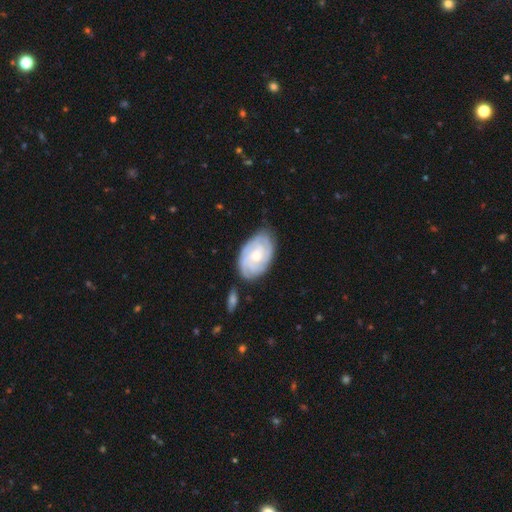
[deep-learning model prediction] smooth-or-featured: featured or disk: 75% | smooth: 20% | star or artifact: 5%
  disk-edge-on: no: 96% | yes: 4%
    bar: no: 68% | weak: 27% | strong: 4%
    has-spiral-arms: yes: 93% | no: 7%
      spiral-winding: tight: 71% | medium: 23% | loose: 5%
      spiral-arm-count: can't tell: 39% | 3: 22% | 2: 16% | 4: 14% | more than 4: 5% | 1: 4%
    bulge-size: moderate: 60% | small: 31% | large: 5% | none: 2% | dominant: 1%
  merging: none: 73% | minor disturbance: 19% | major disturbance: 5% | merger: 3%